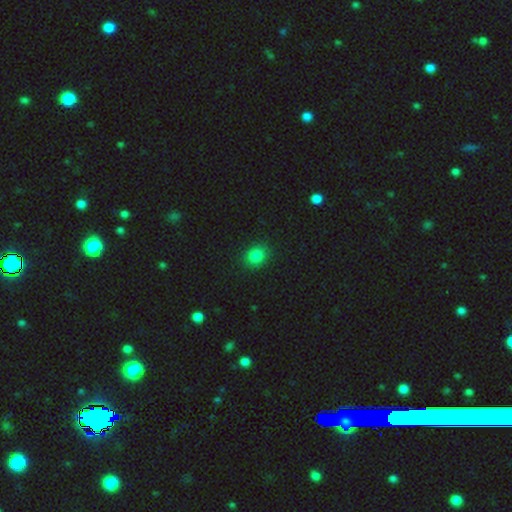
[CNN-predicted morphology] Smooth or featured? smooth (83%)
How rounded? round (65%)
Merging? none (88%)